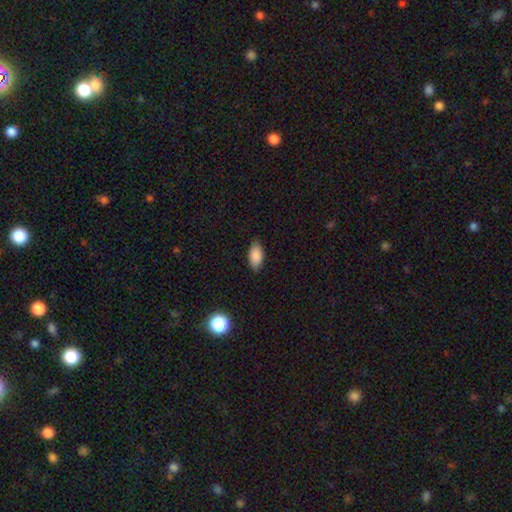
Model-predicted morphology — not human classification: A smooth galaxy with no disk features (88%) that is in between round and cigar-shaped (92%).

Vote fractions:
- Smooth or featured? smooth: 88% / star or artifact: 7% / featured or disk: 5%
- How rounded? in between: 92% / cigar-shaped: 4% / round: 3%
- Merging? none: 84% / minor disturbance: 13% / major disturbance: 2% / merger: 1%